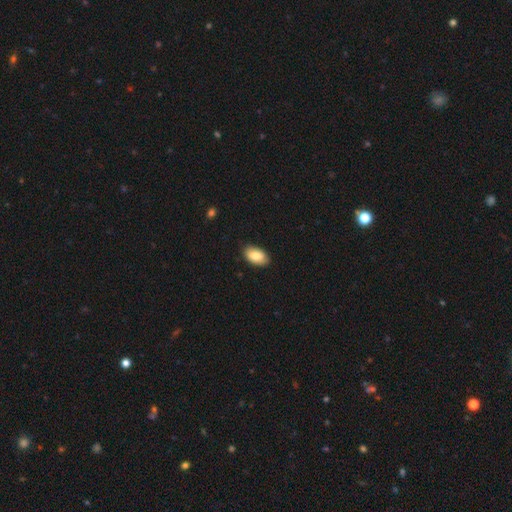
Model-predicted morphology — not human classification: Q: Smooth or featured?
A: smooth (82%); runner-up: featured or disk (12%)
Q: How rounded?
A: in between (94%); runner-up: round (5%)
Q: Merging?
A: none (84%); runner-up: minor disturbance (13%)